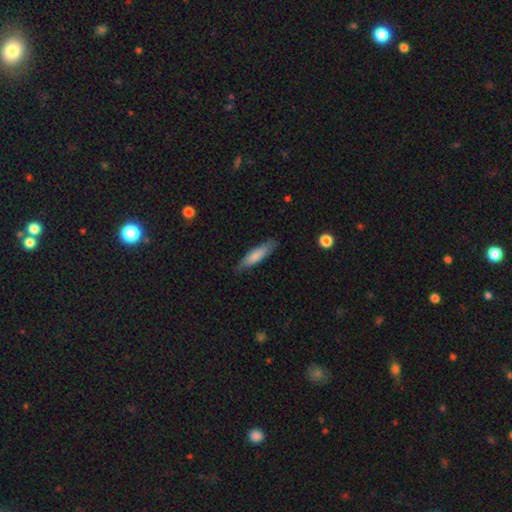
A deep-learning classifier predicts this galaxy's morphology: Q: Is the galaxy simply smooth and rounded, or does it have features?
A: smooth — 78%.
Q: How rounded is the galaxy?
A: cigar-shaped — 75%.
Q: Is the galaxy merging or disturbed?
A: none — 80%.